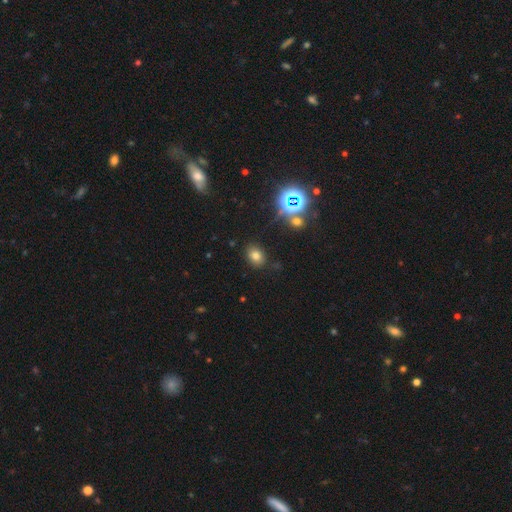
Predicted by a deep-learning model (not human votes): The model was most divided on "how rounded": in between: 62%, round: 36%, cigar-shaped: 1%. More confident: merging — none (84%); smooth or featured — smooth (70%).